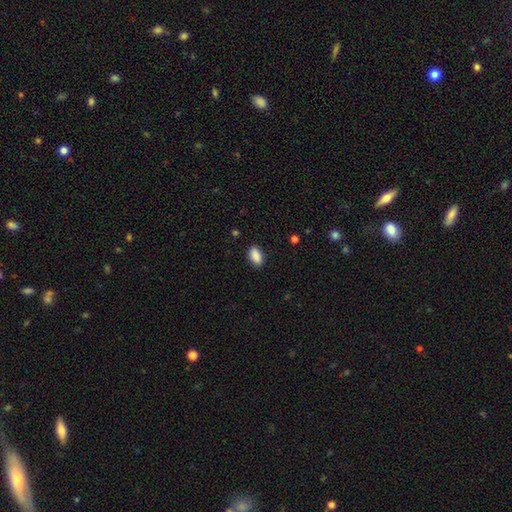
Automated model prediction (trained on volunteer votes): smooth 89%, star or artifact 8%, featured or disk 3%. Down the decision tree: how rounded — in between (92%); merging — none (87%).